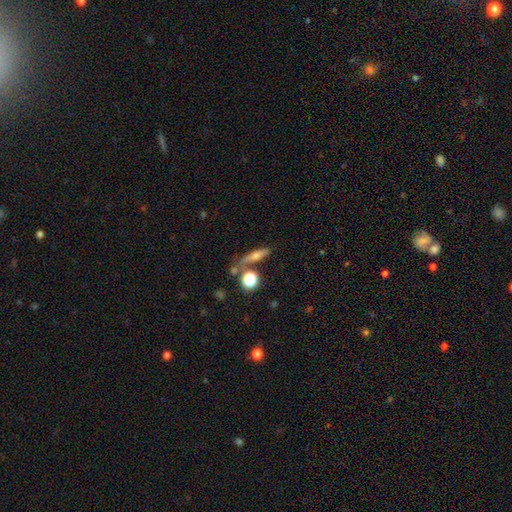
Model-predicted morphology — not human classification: smooth 53%, featured or disk 35%, star or artifact 12%. Down the decision tree: how rounded — cigar-shaped (64%); merging — none (64%).